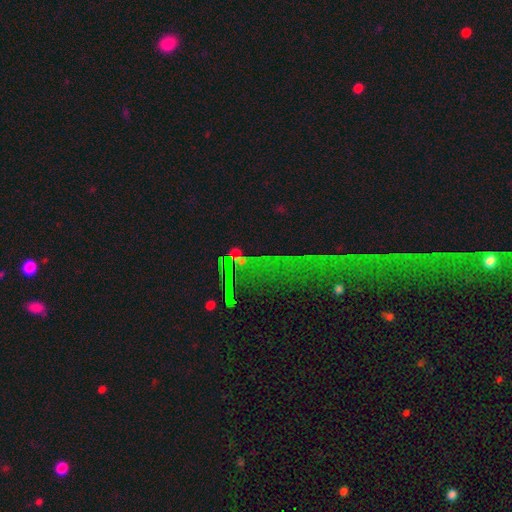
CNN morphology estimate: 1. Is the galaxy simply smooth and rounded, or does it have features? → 85% star or artifact, 8% featured or disk, 7% smooth.